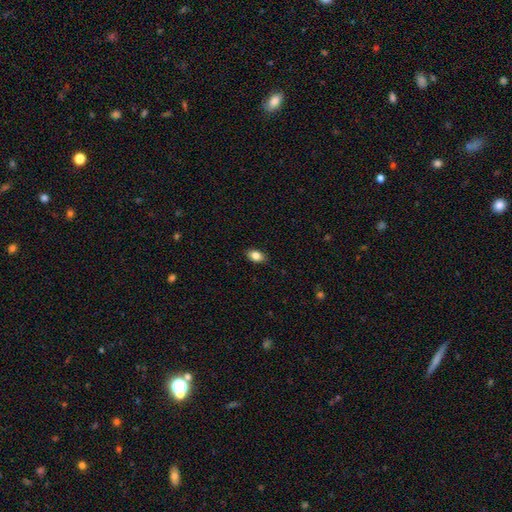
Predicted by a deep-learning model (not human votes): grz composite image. It shows a smooth galaxy with no disk features (84%) that is in between round and cigar-shaped (85%). Merging: none (87%).